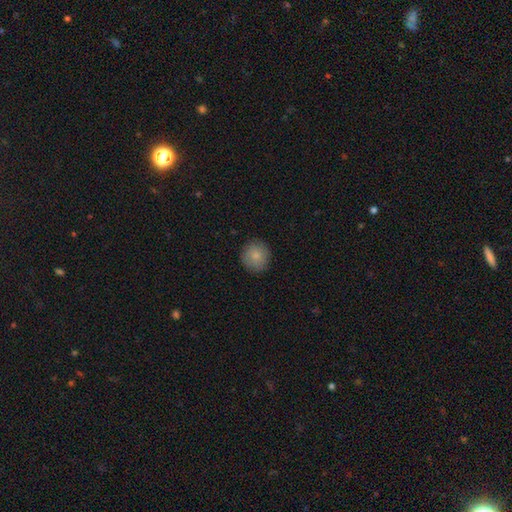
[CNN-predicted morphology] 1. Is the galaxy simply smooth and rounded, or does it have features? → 85% smooth, 8% star or artifact, 8% featured or disk.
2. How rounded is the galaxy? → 92% round, 7% in between, 1% cigar-shaped.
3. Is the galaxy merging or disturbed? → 88% none, 8% minor disturbance, 2% major disturbance, 1% merger.